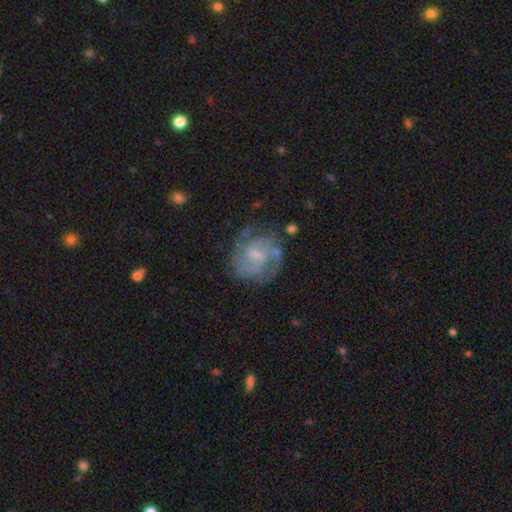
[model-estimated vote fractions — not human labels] Morphology: type=featured or disk (78%); edge-on=no (98%); bar=weak (54%); spiral arms=yes (91%); winding=medium (47%); arm count=2 (57%); bulge=small (43%); merging=none (66%).